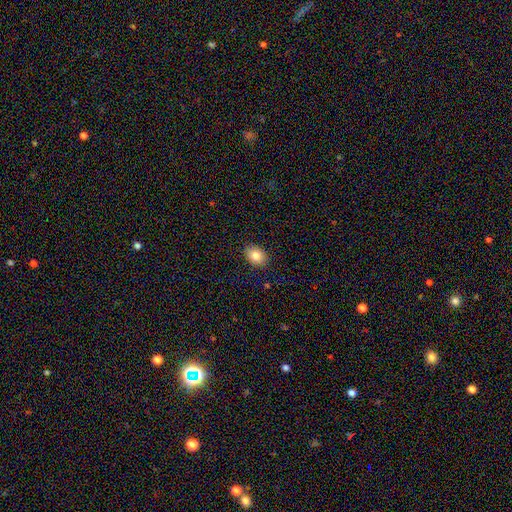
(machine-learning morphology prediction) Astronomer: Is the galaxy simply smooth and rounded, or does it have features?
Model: smooth — 83%.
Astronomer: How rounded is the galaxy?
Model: in between — 69%.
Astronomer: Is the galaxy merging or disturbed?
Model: none — 89%.